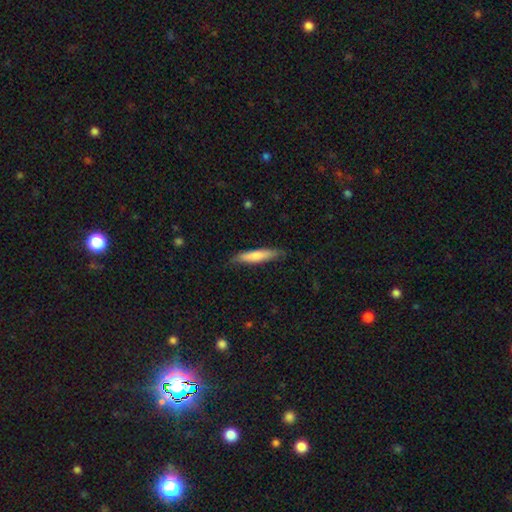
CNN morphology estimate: Q: Smooth or featured?
A: smooth (73%); runner-up: featured or disk (22%)
Q: How rounded?
A: cigar-shaped (87%); runner-up: in between (12%)
Q: Merging?
A: none (83%); runner-up: minor disturbance (13%)